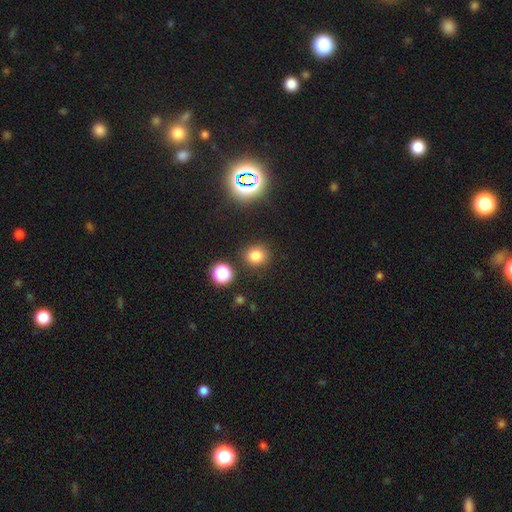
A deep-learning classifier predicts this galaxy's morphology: smooth_or_featured: smooth (p=0.77) [alt: star or artifact p=0.17]
how_rounded: round (p=0.82) [alt: in between p=0.17]
merging: none (p=0.85) [alt: minor disturbance p=0.08]